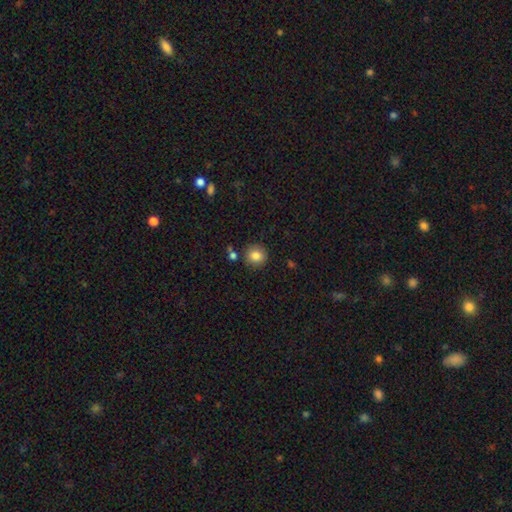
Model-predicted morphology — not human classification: Smooth or featured? smooth (84%)
How rounded? round (91%)
Merging? none (85%)